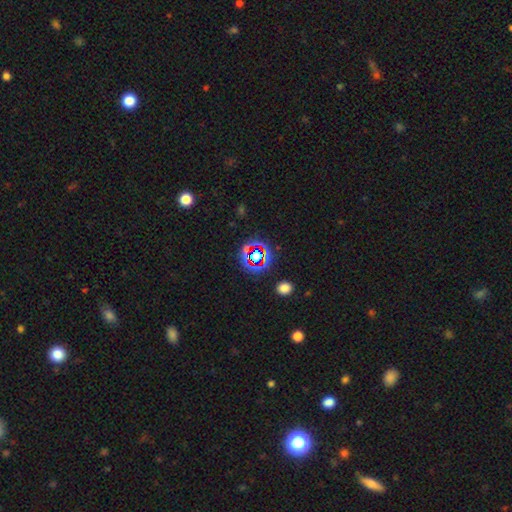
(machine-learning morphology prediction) Smooth or featured: star or artifact — 67% (smooth — 22%)